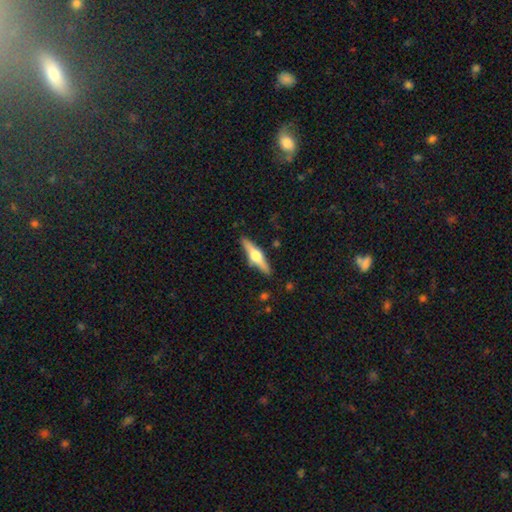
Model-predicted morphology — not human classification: smooth-or-featured: featured or disk: 70% | smooth: 25% | star or artifact: 5%
  disk-edge-on: yes: 97% | no: 3%
    edge-on-bulge: rounded: 95% | boxy: 3% | none: 2%
  merging: none: 89% | minor disturbance: 8% | major disturbance: 2% | merger: 2%